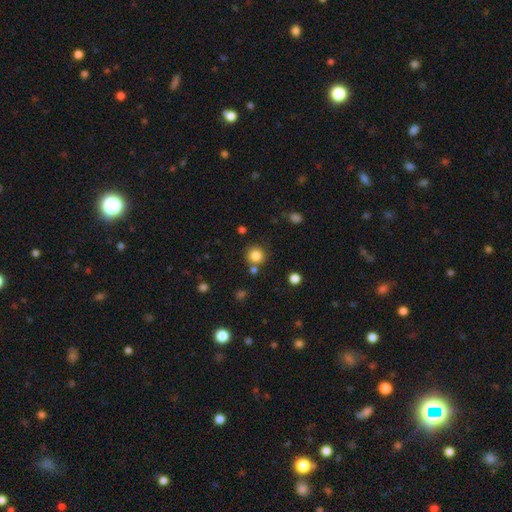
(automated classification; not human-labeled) Q: Smooth or featured?
A: smooth (83%); runner-up: star or artifact (12%)
Q: How rounded?
A: round (93%); runner-up: in between (6%)
Q: Merging?
A: none (78%); runner-up: merger (10%)